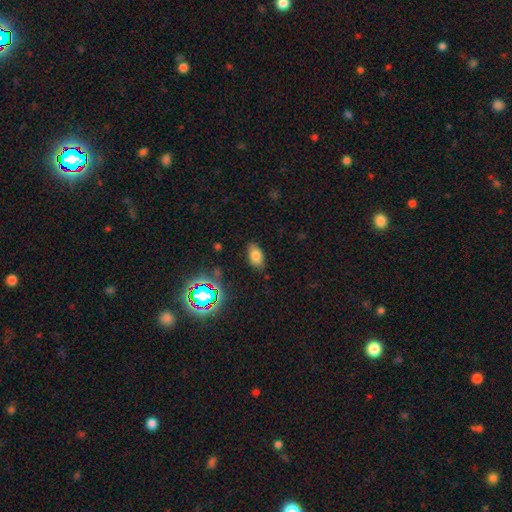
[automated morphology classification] type=smooth (72%); roundness=in between (90%); merging=none (83%).